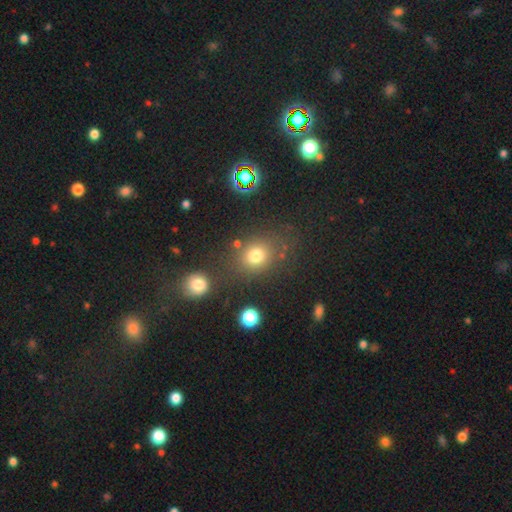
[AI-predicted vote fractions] Overall: smooth (74%). How rounded: round (66%; in between 32%). Merging: none (75%).